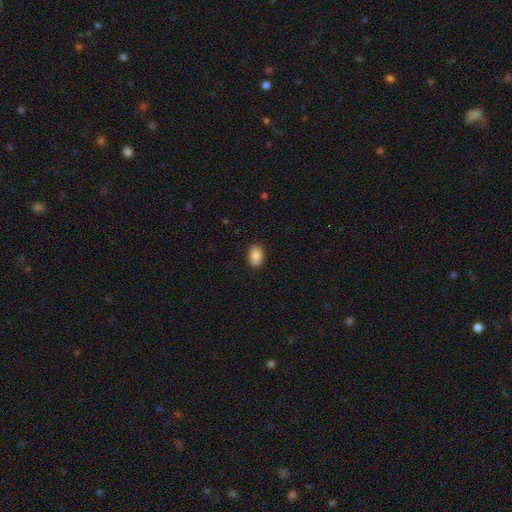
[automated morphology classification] smooth_or_featured: smooth (p=0.85) [alt: star or artifact p=0.08]
how_rounded: in between (p=0.82) [alt: round p=0.16]
merging: none (p=0.82) [alt: minor disturbance p=0.14]